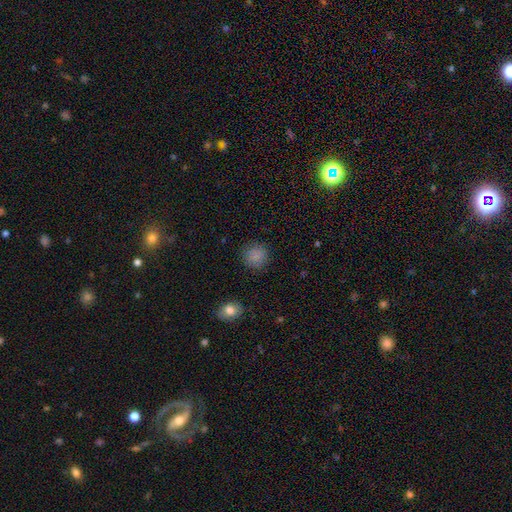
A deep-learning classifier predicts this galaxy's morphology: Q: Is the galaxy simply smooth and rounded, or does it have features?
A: smooth — 85%.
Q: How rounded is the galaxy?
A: round — 92%.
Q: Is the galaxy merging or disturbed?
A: none — 89%.